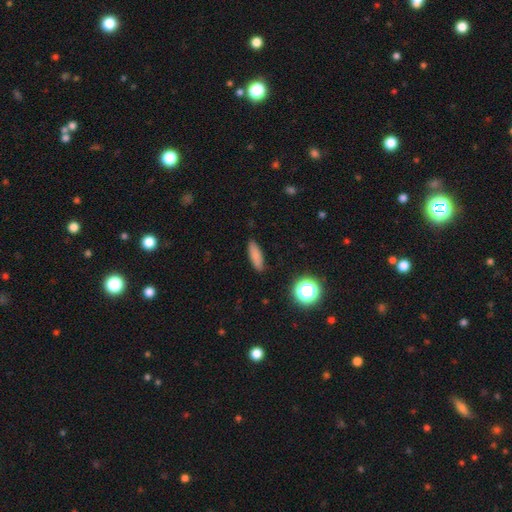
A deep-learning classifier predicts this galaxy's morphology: Smooth or featured: smooth — 81% (star or artifact — 11%)
How rounded: cigar-shaped — 53% (in between — 44%)
Merging: none — 88% (minor disturbance — 9%)